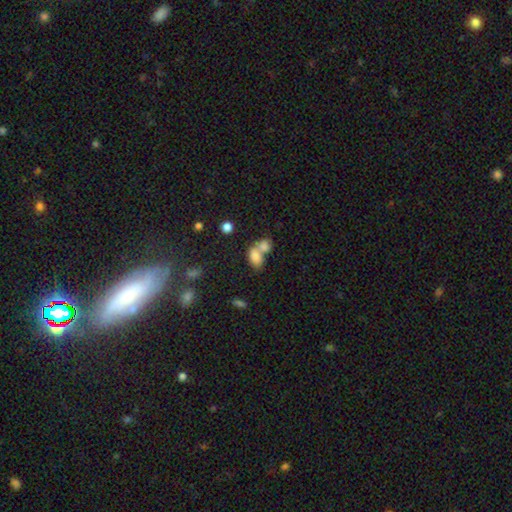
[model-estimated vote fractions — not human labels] A smooth galaxy with no disk features (79%) that is in between round and cigar-shaped (84%).

Vote fractions:
- Smooth or featured? smooth: 79% / featured or disk: 11% / star or artifact: 9%
- How rounded? in between: 84% / round: 14% / cigar-shaped: 2%
- Merging? merger: 68% / none: 21% / minor disturbance: 7% / major disturbance: 5%